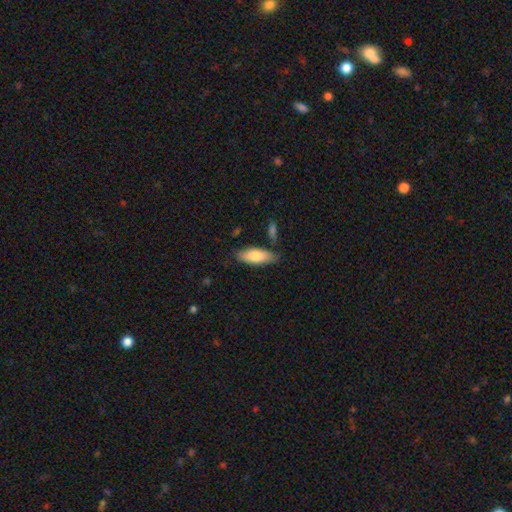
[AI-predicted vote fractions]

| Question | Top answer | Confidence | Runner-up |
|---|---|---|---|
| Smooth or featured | smooth | 78% | featured or disk (16%) |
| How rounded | in between | 75% | cigar-shaped (22%) |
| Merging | none | 77% | minor disturbance (16%) |